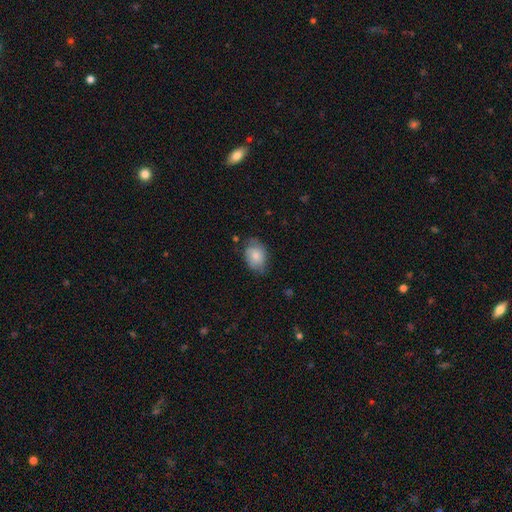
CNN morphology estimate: Q: Smooth or featured?
A: smooth (74%); runner-up: featured or disk (19%)
Q: How rounded?
A: in between (79%); runner-up: round (20%)
Q: Merging?
A: none (61%); runner-up: minor disturbance (30%)